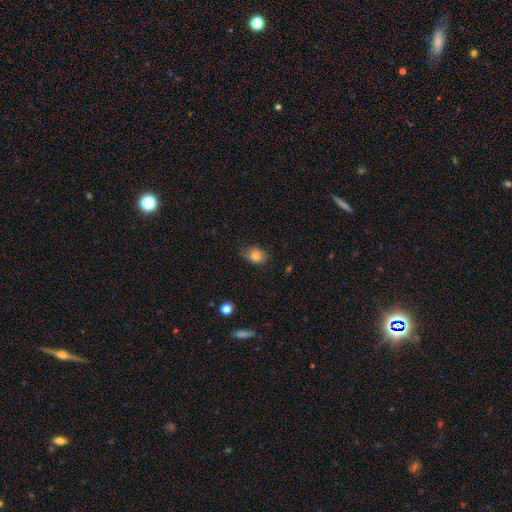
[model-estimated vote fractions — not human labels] Q: Smooth or featured?
A: smooth (80%); runner-up: featured or disk (10%)
Q: How rounded?
A: in between (66%); runner-up: round (33%)
Q: Merging?
A: none (69%); runner-up: minor disturbance (25%)